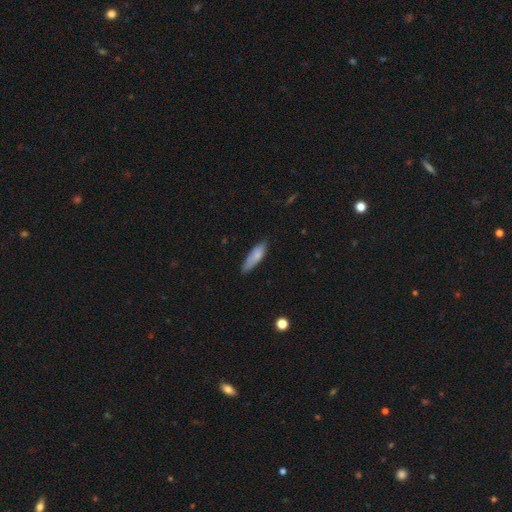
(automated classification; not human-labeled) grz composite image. It shows a smooth galaxy with no disk features (78%) that is cigar-shaped (56%). Merging: none (73%).